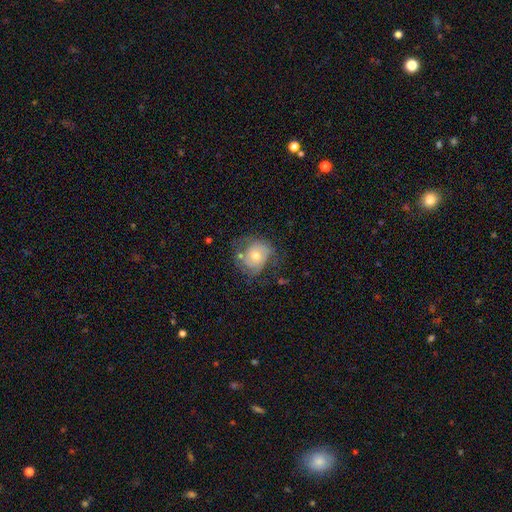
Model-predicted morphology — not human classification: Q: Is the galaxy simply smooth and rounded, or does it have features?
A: featured or disk — 55%.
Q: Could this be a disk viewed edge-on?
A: no — 96%.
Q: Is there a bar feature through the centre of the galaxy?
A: no — 82%.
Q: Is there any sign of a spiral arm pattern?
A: yes — 69%.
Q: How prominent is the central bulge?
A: moderate — 68%.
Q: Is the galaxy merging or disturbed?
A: none — 49%.